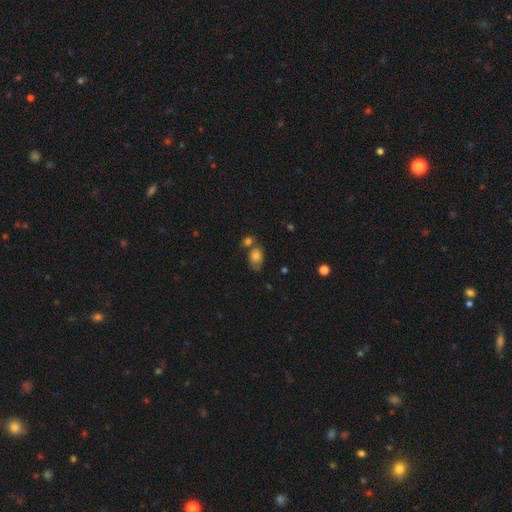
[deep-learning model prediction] Smooth or featured: smooth — 75% (featured or disk — 15%)
How rounded: in between — 76% (round — 22%)
Merging: none — 46% (merger — 24%)